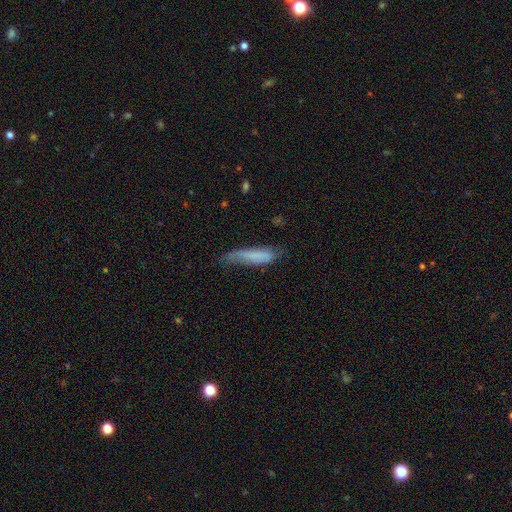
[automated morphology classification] type=smooth (69%); roundness=cigar-shaped (80%); merging=none (44%).